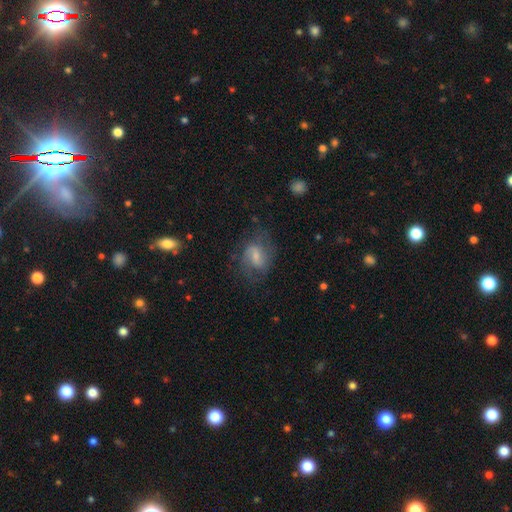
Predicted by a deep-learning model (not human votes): This appears to be a featured or disk galaxy (54%) with a weak bar (53%), spiral arms (80%) and a small central bulge (41%). Merging: none (59%).